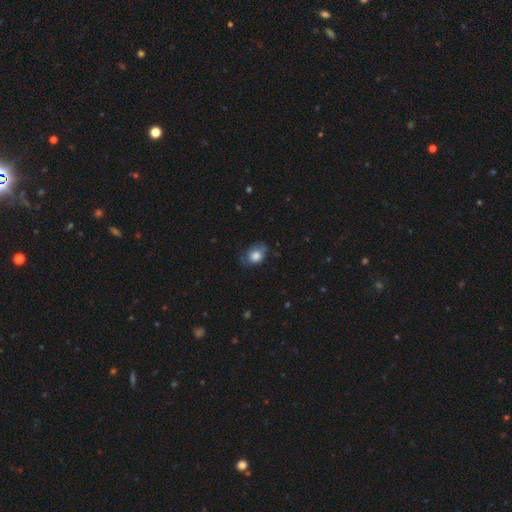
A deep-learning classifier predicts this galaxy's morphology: type=smooth (73%); roundness=in between (59%); merging=none (52%).